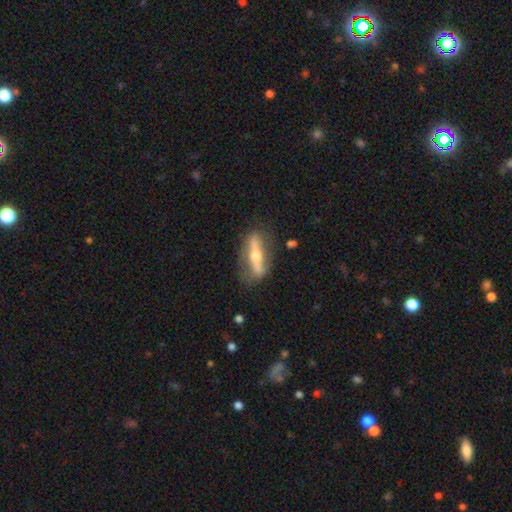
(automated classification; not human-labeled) Overall: featured or disk (67%). Edge-on disk: yes (70%; no 30%). Merging: none (77%).